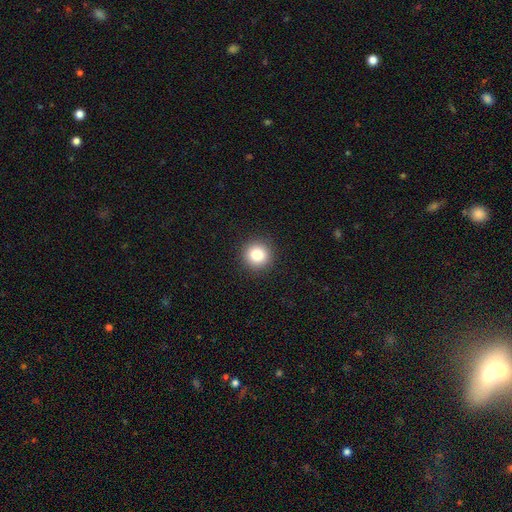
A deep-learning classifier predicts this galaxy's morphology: Q: Smooth or featured?
A: smooth (82%); runner-up: star or artifact (12%)
Q: How rounded?
A: round (94%); runner-up: in between (5%)
Q: Merging?
A: none (94%); runner-up: minor disturbance (4%)